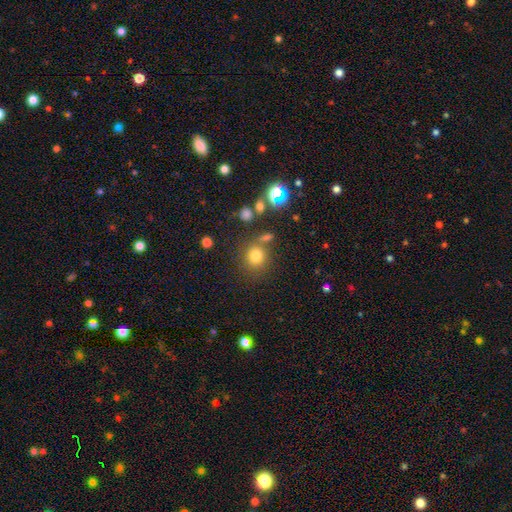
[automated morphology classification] A smooth galaxy with no disk features (75%) that is round (85%).

Vote fractions:
- Smooth or featured? smooth: 75% / star or artifact: 17% / featured or disk: 8%
- How rounded? round: 85% / in between: 14% / cigar-shaped: 1%
- Merging? none: 72% / merger: 12% / minor disturbance: 11% / major disturbance: 5%